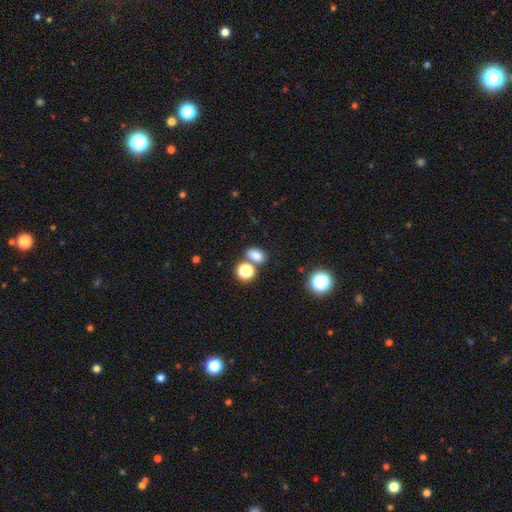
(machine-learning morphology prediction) A smooth galaxy with no disk features (80%) that is in between round and cigar-shaped (73%). Merging: none (63%).